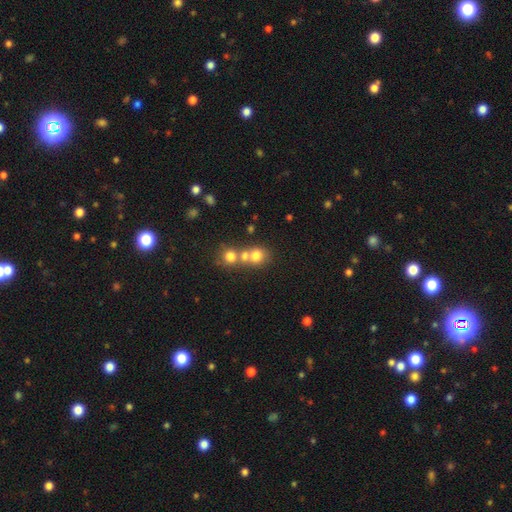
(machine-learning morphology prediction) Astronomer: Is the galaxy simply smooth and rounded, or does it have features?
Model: smooth — 73%.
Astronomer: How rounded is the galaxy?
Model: round — 75%.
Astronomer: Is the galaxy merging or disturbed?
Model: merger — 55% (runner-up: none, 35%).